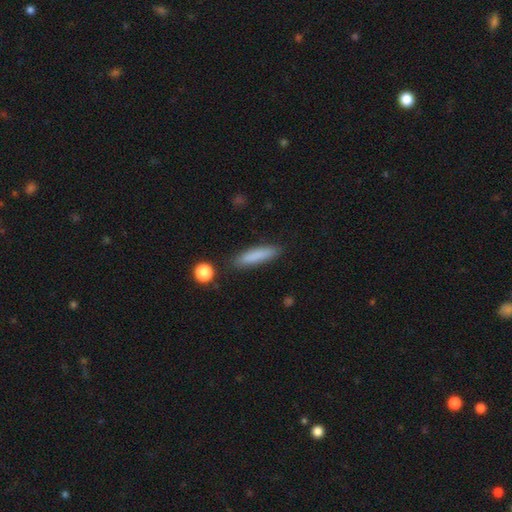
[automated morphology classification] Overall: smooth (83%). How rounded: cigar-shaped (83%). Merging: none (86%).